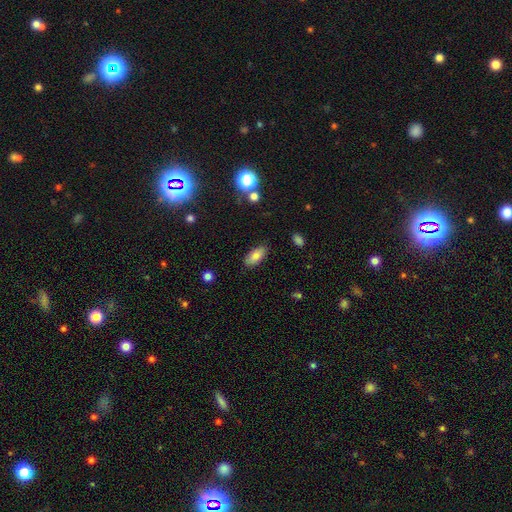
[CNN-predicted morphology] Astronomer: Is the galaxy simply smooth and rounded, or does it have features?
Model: smooth — 80%.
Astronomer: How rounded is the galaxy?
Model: in between — 86%.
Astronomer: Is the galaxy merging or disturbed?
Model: none — 85%.